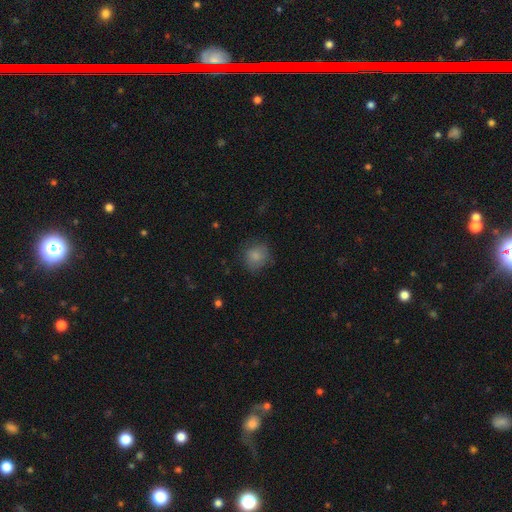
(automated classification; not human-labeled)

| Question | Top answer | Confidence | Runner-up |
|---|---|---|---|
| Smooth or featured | smooth | 83% | star or artifact (9%) |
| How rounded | round | 81% | in between (18%) |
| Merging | none | 74% | minor disturbance (18%) |